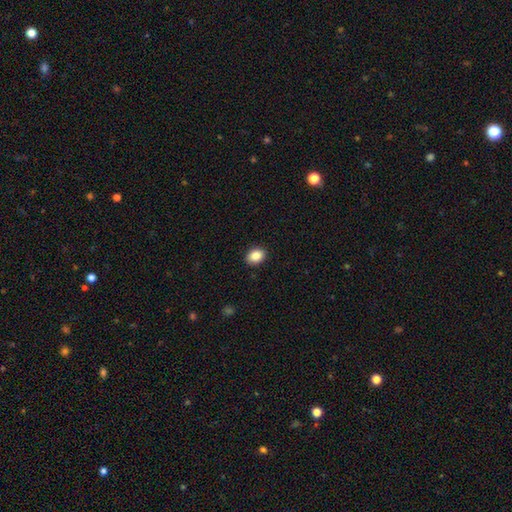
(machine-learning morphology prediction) Q: Smooth or featured?
A: smooth (88%); runner-up: star or artifact (8%)
Q: How rounded?
A: in between (66%); runner-up: round (33%)
Q: Merging?
A: none (90%); runner-up: minor disturbance (7%)